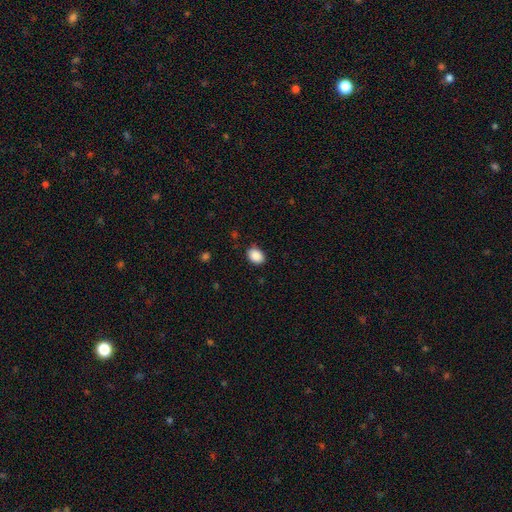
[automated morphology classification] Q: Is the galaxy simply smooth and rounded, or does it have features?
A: smooth — 89%.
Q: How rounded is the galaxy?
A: in between — 69%.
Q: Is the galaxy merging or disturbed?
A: none — 85%.